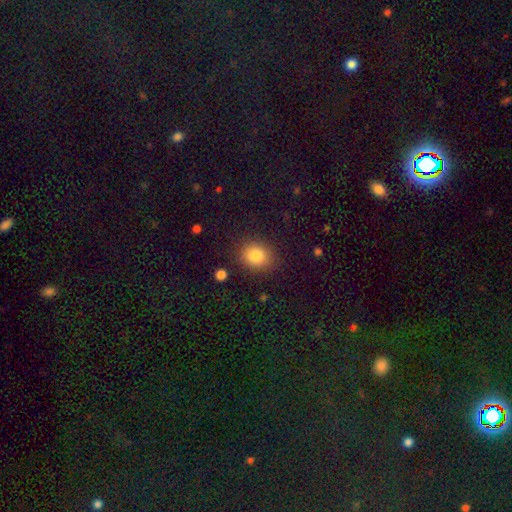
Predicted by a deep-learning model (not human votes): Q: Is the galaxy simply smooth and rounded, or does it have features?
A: smooth — 82%.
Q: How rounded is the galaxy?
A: round — 64%.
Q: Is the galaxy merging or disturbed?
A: none — 86%.